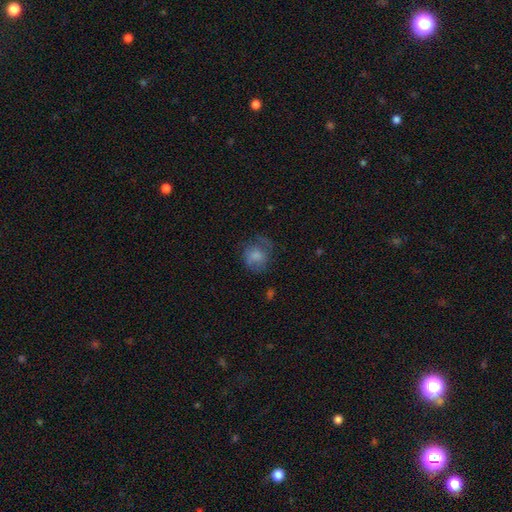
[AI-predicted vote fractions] smooth-or-featured: smooth: 67% | featured or disk: 23% | star or artifact: 10%
  how-rounded: round: 75% | in between: 24% | cigar-shaped: 1%
  merging: none: 52% | minor disturbance: 25% | major disturbance: 21% | merger: 2%